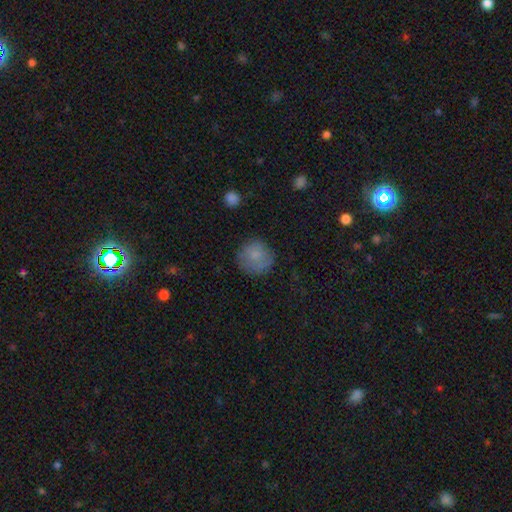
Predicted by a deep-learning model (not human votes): Smooth or featured?
  - smooth: 79% *
  - featured or disk: 12%
  - star or artifact: 9%
How rounded?
  - round: 91% *
  - in between: 8%
  - cigar-shaped: 1%
Merging?
  - none: 77% *
  - minor disturbance: 16%
  - major disturbance: 5%
  - merger: 2%